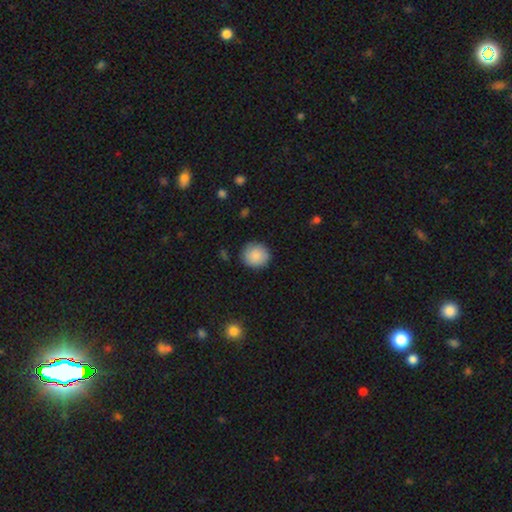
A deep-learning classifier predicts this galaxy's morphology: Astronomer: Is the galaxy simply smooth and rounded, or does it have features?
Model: smooth — 87%.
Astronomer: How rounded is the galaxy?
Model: round — 91%.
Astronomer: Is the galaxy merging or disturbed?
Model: none — 87%.